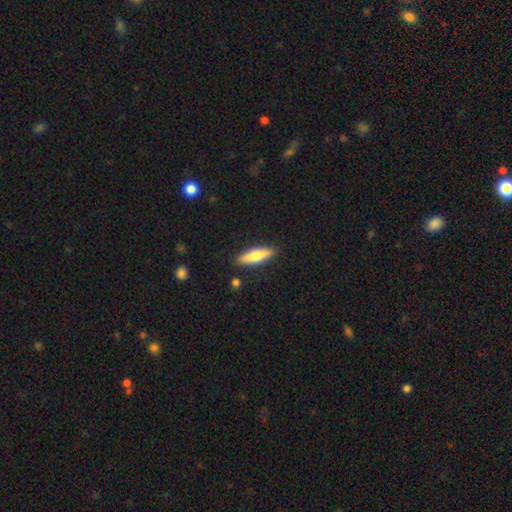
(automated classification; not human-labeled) smooth 62%, featured or disk 32%, star or artifact 6%. Down the decision tree: how rounded — cigar-shaped (69%); merging — none (88%).